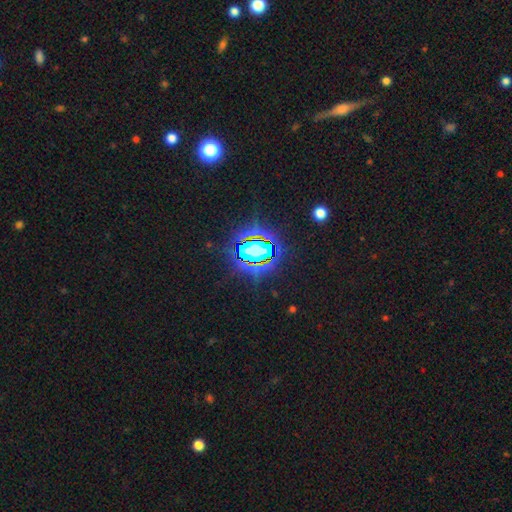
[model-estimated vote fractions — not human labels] Smooth or featured? Predicted: star or artifact (p=0.79).